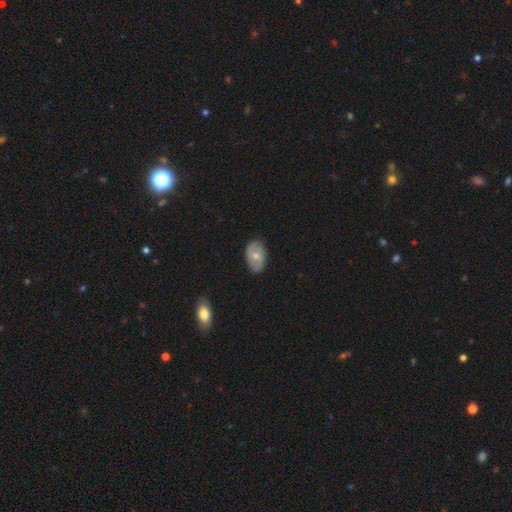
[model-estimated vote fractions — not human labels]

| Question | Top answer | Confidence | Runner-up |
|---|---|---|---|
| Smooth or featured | smooth | 56% | featured or disk (37%) |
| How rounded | in between | 89% | round (10%) |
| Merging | none | 82% | minor disturbance (14%) |